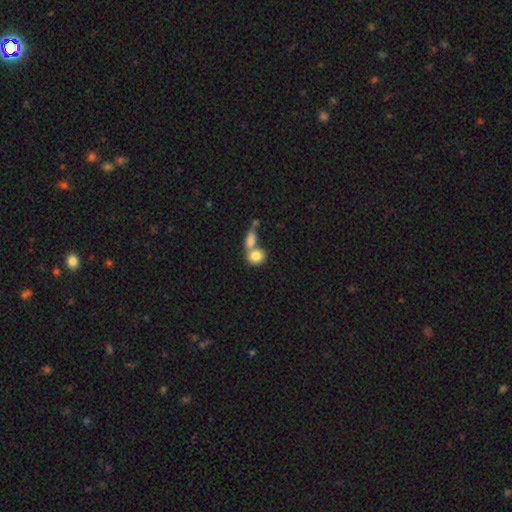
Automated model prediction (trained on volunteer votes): A smooth galaxy with no disk features (82%) that is round (59%).

Vote fractions:
- Smooth or featured? smooth: 82% / featured or disk: 10% / star or artifact: 8%
- How rounded? round: 59% / in between: 39% / cigar-shaped: 2%
- Merging? merger: 53% / none: 35% / minor disturbance: 8% / major disturbance: 4%